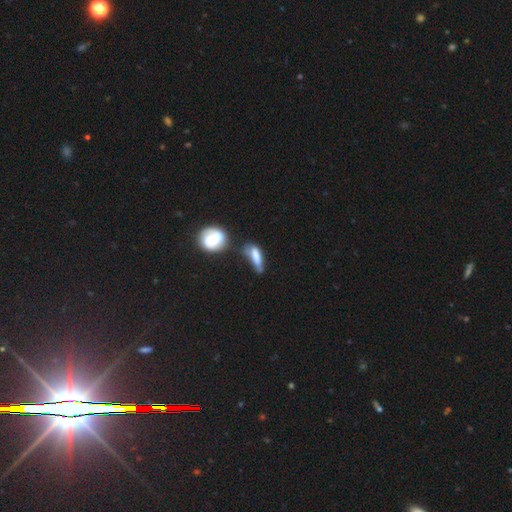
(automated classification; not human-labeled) A smooth galaxy with no disk features (62%) that is in between round and cigar-shaped (52%).

Vote fractions:
- Smooth or featured? smooth: 62% / featured or disk: 30% / star or artifact: 8%
- How rounded? in between: 52% / cigar-shaped: 43% / round: 5%
- Merging? none: 32% / merger: 26% / minor disturbance: 25% / major disturbance: 17%